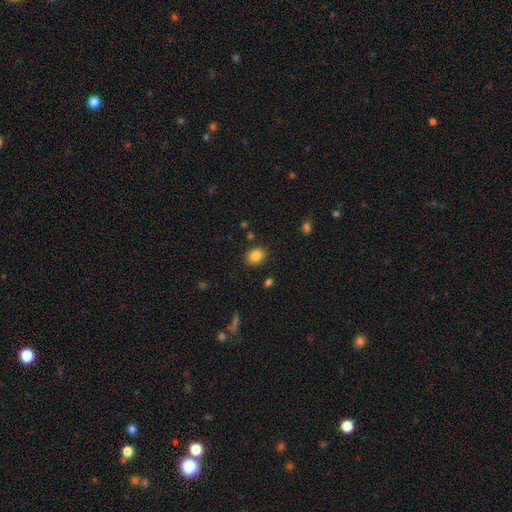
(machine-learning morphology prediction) This appears to be a smooth galaxy with no disk features (85%) that is round (58%). Merging: none (87%).